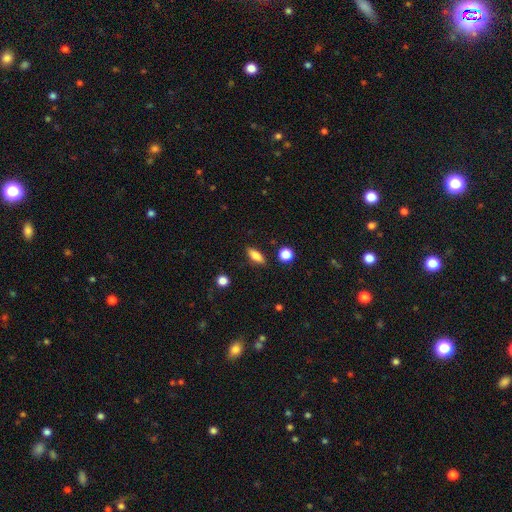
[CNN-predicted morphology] This appears to be a smooth galaxy with no disk features (76%) that is in between round and cigar-shaped (67%). Merging: none (86%).